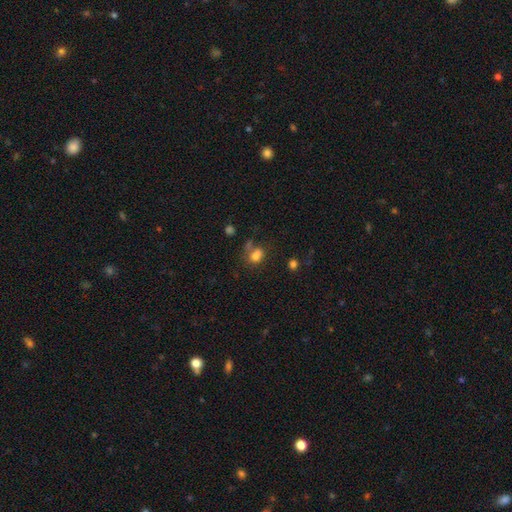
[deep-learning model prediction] Smooth or featured? Predicted: smooth (p=0.75). How rounded? Predicted: in between (p=0.58). Merging? Predicted: none (p=0.41).